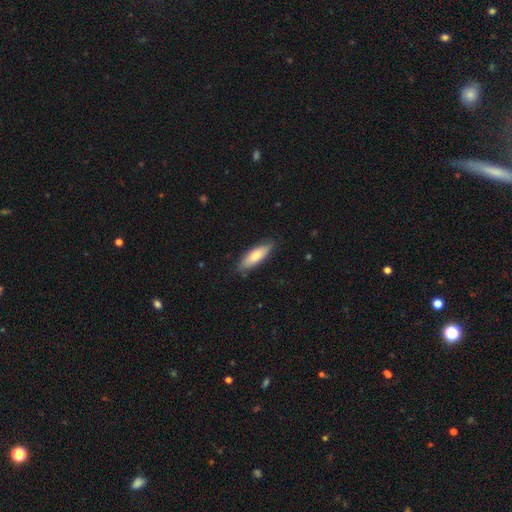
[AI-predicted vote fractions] smooth_or_featured: smooth (p=0.75) [alt: featured or disk p=0.20]
how_rounded: in between (p=0.54) [alt: cigar-shaped p=0.44]
merging: none (p=0.80) [alt: minor disturbance p=0.16]